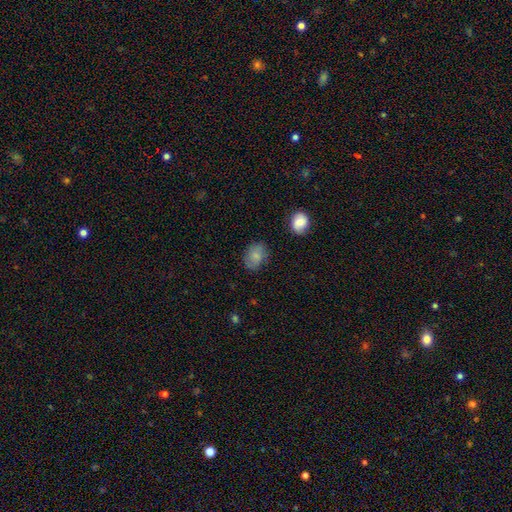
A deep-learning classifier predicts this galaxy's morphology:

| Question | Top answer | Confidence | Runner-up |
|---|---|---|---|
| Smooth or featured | smooth | 80% | featured or disk (11%) |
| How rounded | in between | 71% | round (28%) |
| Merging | none | 77% | minor disturbance (17%) |